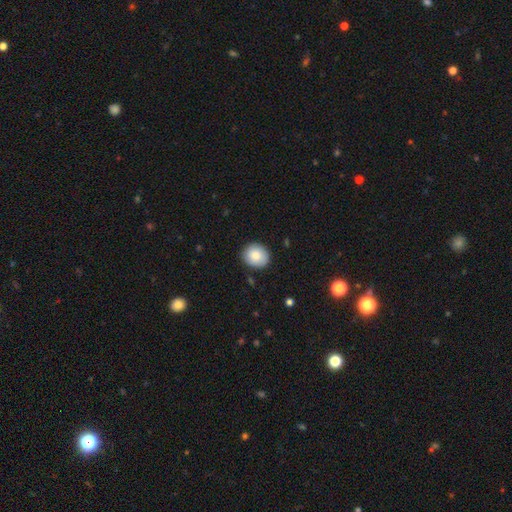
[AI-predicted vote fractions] This is clearly a smooth galaxy (86%). How rounded: likely round (79%). Merging: clearly none (88%).